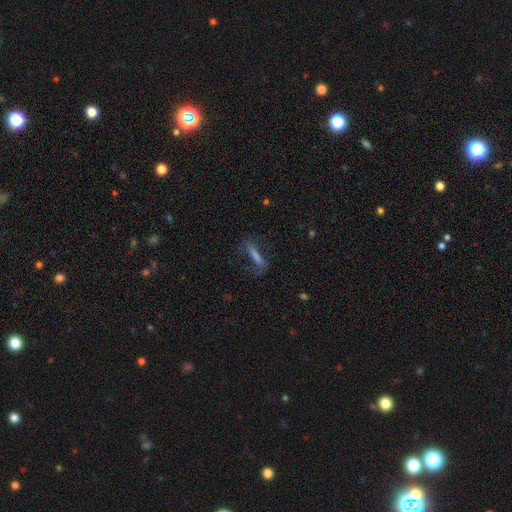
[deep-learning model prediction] This appears to be a smooth galaxy with no disk features (47%). Merging: none (60%).